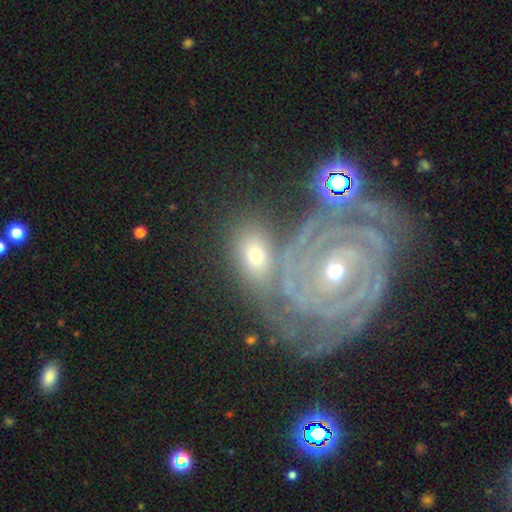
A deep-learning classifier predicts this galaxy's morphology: smooth-or-featured: featured or disk: 74% | smooth: 17% | star or artifact: 10%
  disk-edge-on: no: 95% | yes: 5%
    bar: no: 61% | weak: 24% | strong: 15%
    has-spiral-arms: yes: 94% | no: 6%
      spiral-winding: tight: 81% | medium: 16% | loose: 3%
      spiral-arm-count: 3: 29% | 2: 25% | can't tell: 23% | 4: 13% | more than 4: 6% | 1: 5%
    bulge-size: small: 50% | moderate: 44% | large: 3% | dominant: 1% | none: 1%
  merging: none: 54% | merger: 22% | minor disturbance: 17% | major disturbance: 7%